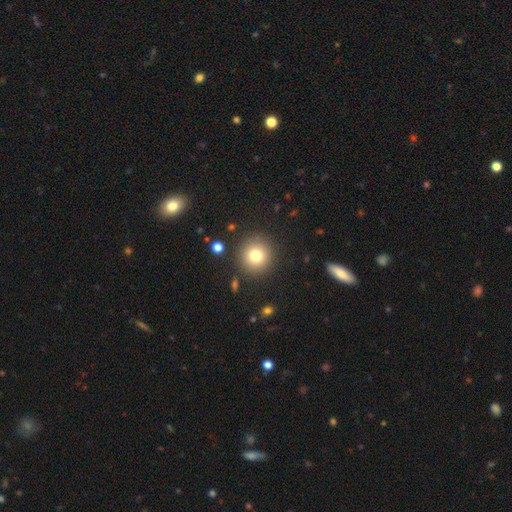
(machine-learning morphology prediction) Smooth or featured: smooth — 78% (star or artifact — 12%)
How rounded: round — 94% (in between — 5%)
Merging: none — 89% (minor disturbance — 6%)